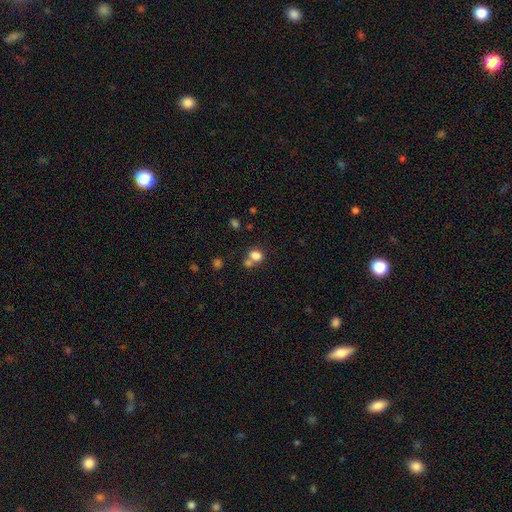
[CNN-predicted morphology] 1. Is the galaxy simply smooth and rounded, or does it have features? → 80% smooth, 12% star or artifact, 8% featured or disk.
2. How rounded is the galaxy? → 52% in between, 47% round, 1% cigar-shaped.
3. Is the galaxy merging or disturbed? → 44% none, 39% merger, 11% minor disturbance, 5% major disturbance.